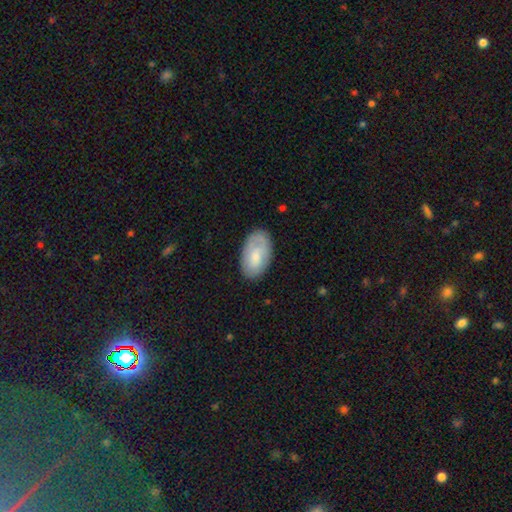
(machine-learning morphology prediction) smooth_or_featured: smooth (p=0.69) [alt: featured or disk p=0.25]
how_rounded: in between (p=0.95) [alt: round p=0.04]
merging: none (p=0.78) [alt: minor disturbance p=0.17]